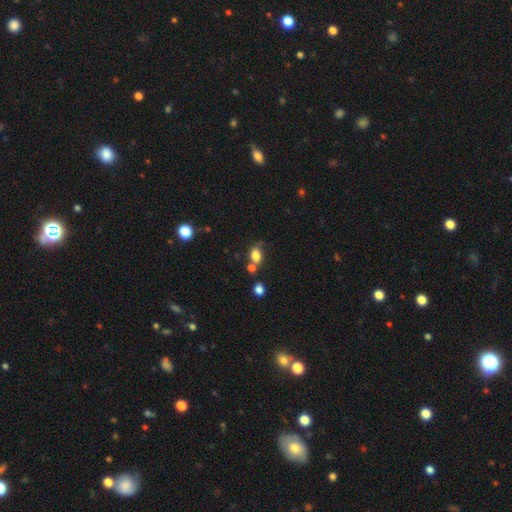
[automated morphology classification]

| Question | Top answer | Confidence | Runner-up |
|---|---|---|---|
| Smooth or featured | smooth | 79% | star or artifact (12%) |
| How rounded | in between | 77% | round (21%) |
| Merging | none | 51% | merger (22%) |